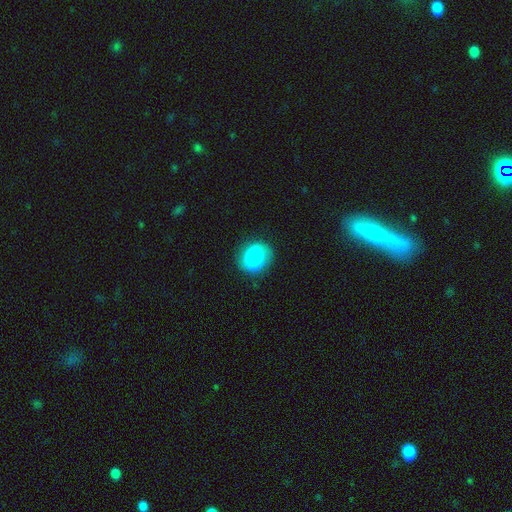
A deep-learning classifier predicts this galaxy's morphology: A smooth galaxy with no disk features (78%) that is round (63%).

Vote fractions:
- Smooth or featured? smooth: 78% / featured or disk: 14% / star or artifact: 8%
- How rounded? round: 63% / in between: 35% / cigar-shaped: 1%
- Merging? none: 74% / minor disturbance: 18% / major disturbance: 6% / merger: 1%